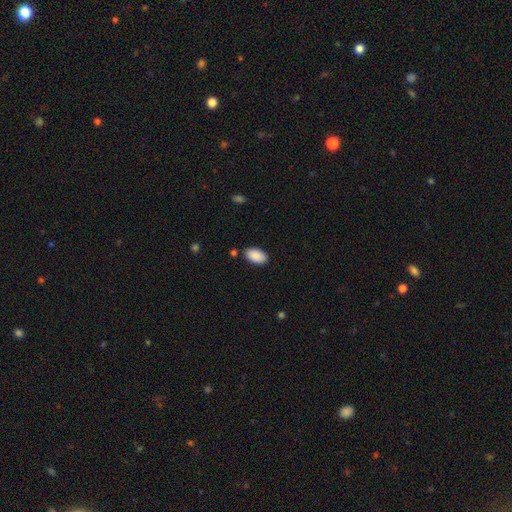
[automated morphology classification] Smooth or featured: smooth — 90% (star or artifact — 6%)
How rounded: in between — 95% (round — 4%)
Merging: none — 85% (minor disturbance — 10%)